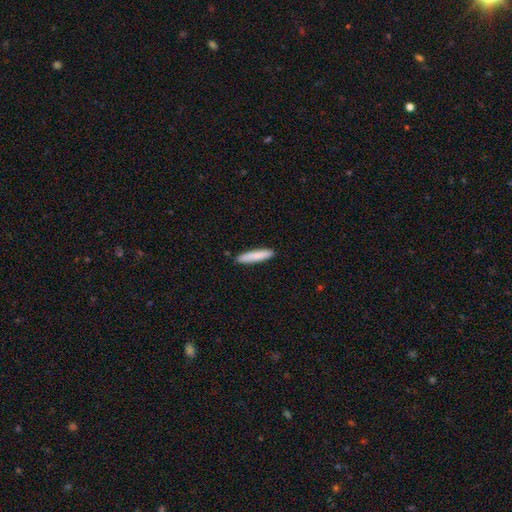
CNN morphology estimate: smooth_or_featured: smooth (p=0.84) [alt: featured or disk p=0.10]
how_rounded: cigar-shaped (p=0.88) [alt: in between p=0.11]
merging: none (p=0.90) [alt: minor disturbance p=0.08]